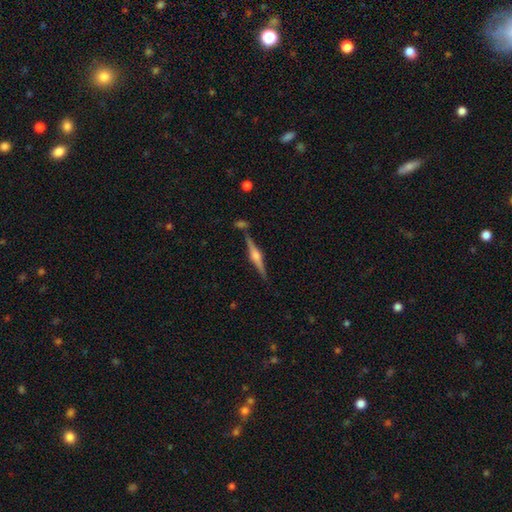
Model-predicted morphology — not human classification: featured or disk 80%, smooth 14%, star or artifact 6%. Down the decision tree: edge-on disk — yes (98%); edge-on bulge — rounded (90%); merging — none (83%).